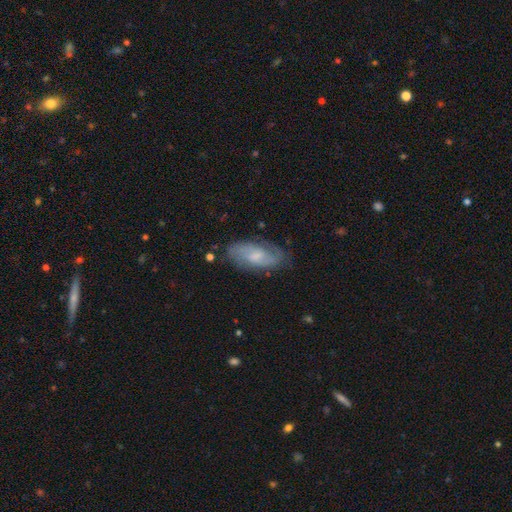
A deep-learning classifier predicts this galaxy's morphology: Overall: featured or disk (60%; smooth 33%). Edge-on disk: no (90%). Bar: no (48%; weak 44%). Spiral arms: yes (85%). Bulge size: moderate (39%, tied with small). Merging: none (72%).